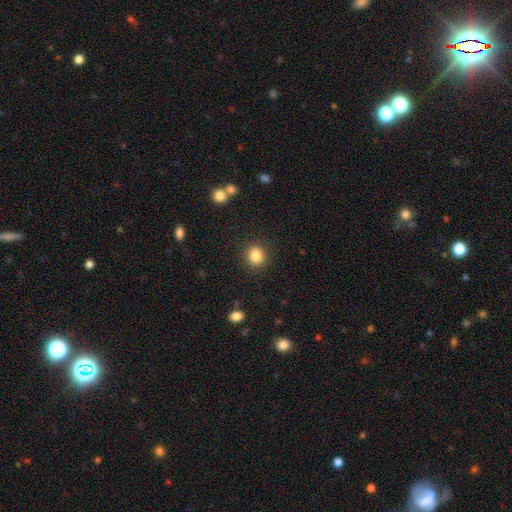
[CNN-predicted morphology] Smooth or featured? smooth (85%)
How rounded? round (77%)
Merging? none (89%)